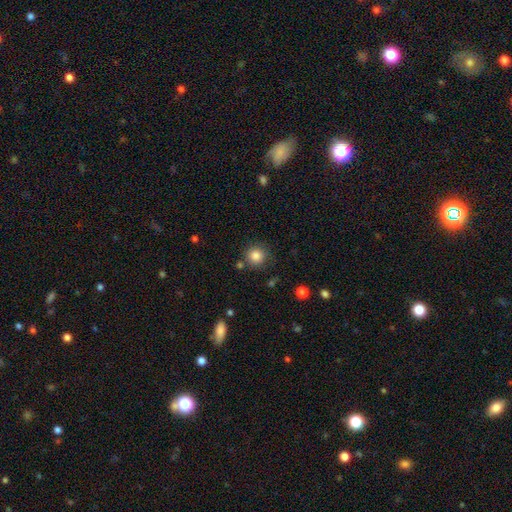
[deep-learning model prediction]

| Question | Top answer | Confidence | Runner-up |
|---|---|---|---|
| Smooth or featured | smooth | 84% | star or artifact (11%) |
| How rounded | round | 94% | in between (5%) |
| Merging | none | 82% | minor disturbance (9%) |